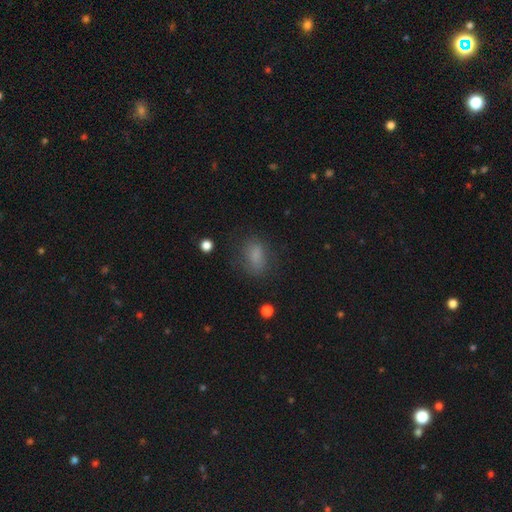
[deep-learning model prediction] Smooth or featured? smooth (78%)
How rounded? in between (79%)
Merging? none (70%)